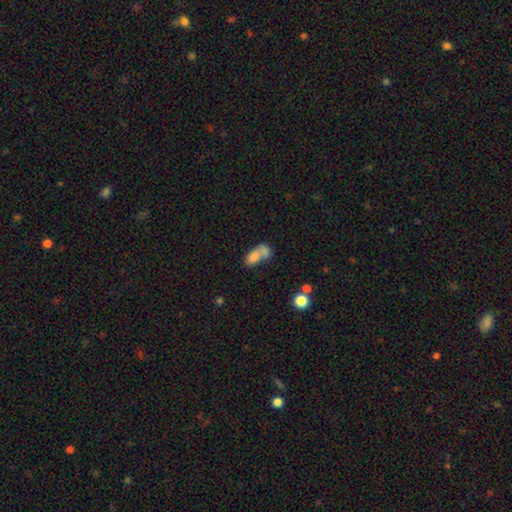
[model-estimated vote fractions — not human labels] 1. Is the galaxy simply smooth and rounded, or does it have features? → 74% smooth, 16% featured or disk, 9% star or artifact.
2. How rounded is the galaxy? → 84% in between, 12% round, 4% cigar-shaped.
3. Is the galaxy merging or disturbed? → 65% merger, 19% none, 8% minor disturbance, 8% major disturbance.